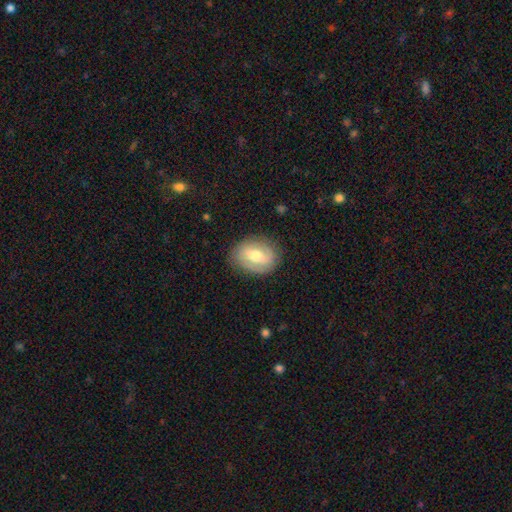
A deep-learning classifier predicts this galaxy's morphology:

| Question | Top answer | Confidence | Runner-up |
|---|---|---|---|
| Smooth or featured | featured or disk | 51% | smooth (42%) |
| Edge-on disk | no | 94% | yes (6%) |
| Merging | none | 81% | minor disturbance (14%) |